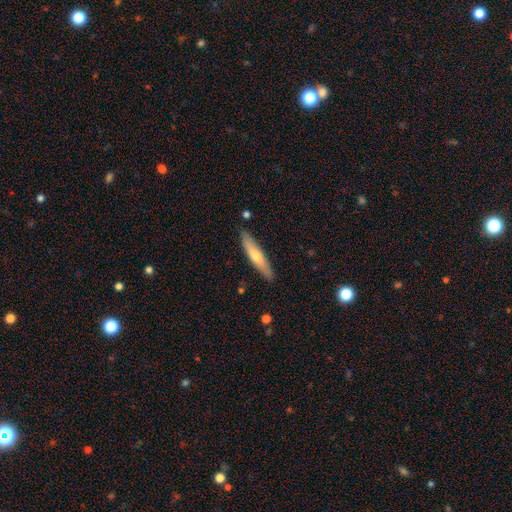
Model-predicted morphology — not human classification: This is possibly a smooth galaxy (57%). How rounded: clearly cigar-shaped (84%). Merging: clearly none (87%).